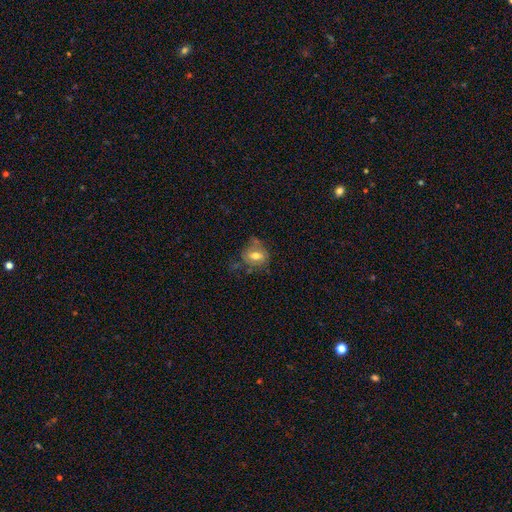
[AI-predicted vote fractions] A smooth galaxy with no disk features (56%) that is in between round and cigar-shaped (56%). Merging: none (47%).